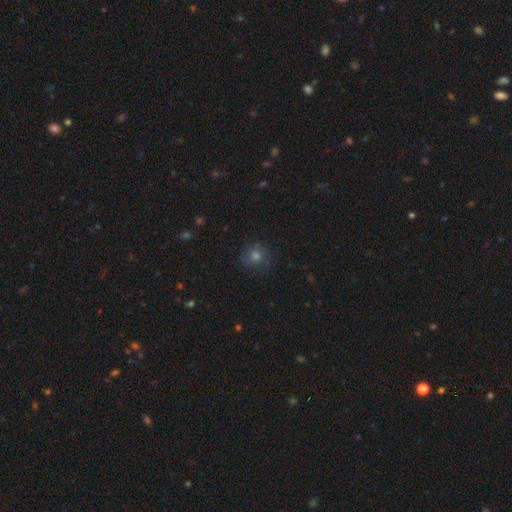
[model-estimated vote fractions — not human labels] Smooth or featured? Predicted: smooth (p=0.57). How rounded? Predicted: round (p=0.89). Merging? Predicted: none (p=0.82).